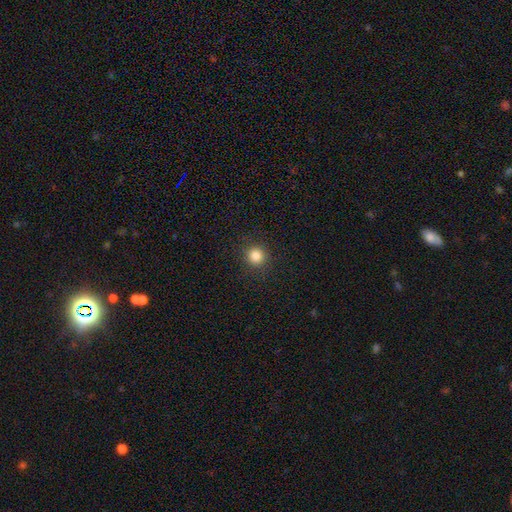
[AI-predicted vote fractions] smooth_or_featured: smooth (p=0.84) [alt: star or artifact p=0.12]
how_rounded: round (p=0.92) [alt: in between p=0.07]
merging: none (p=0.91) [alt: minor disturbance p=0.06]